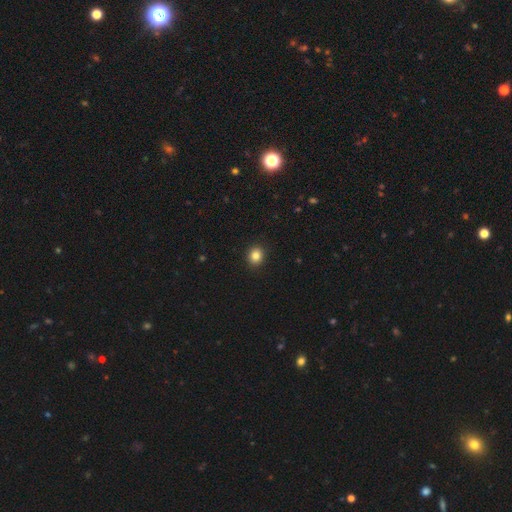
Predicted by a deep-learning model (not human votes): A smooth galaxy with no disk features (84%) that is round (78%).

Vote fractions:
- Smooth or featured? smooth: 84% / star or artifact: 11% / featured or disk: 5%
- How rounded? round: 78% / in between: 22% / cigar-shaped: 1%
- Merging? none: 92% / minor disturbance: 5% / major disturbance: 2% / merger: 1%